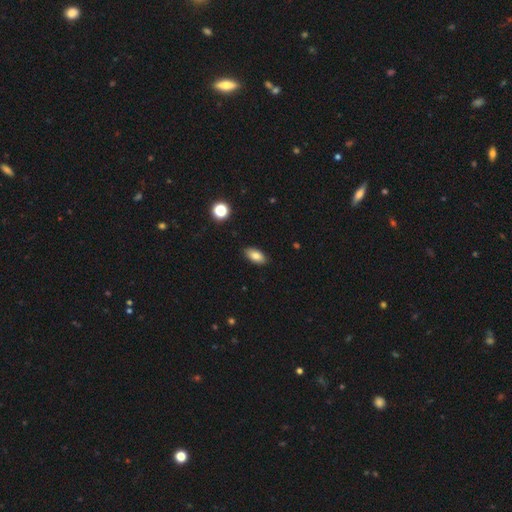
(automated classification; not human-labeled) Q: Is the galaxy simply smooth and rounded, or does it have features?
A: smooth — 81%.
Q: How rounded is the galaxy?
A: in between — 90%.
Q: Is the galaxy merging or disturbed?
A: none — 88%.